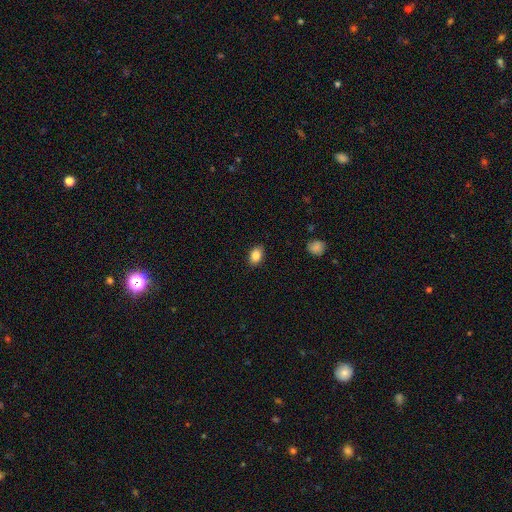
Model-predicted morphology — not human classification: Overall: smooth (85%). How rounded: in between (82%). Merging: none (87%).